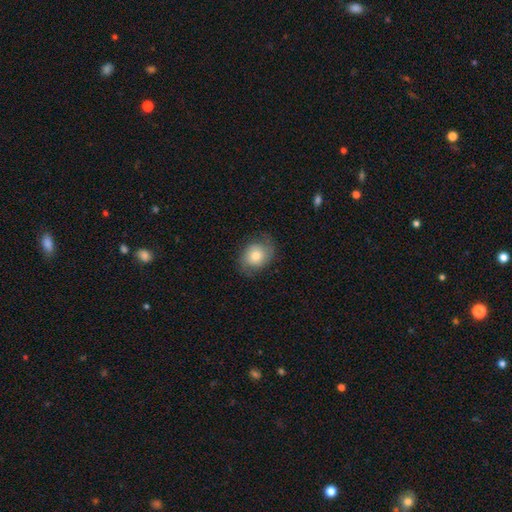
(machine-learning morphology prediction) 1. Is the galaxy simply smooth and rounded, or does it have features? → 66% smooth, 26% featured or disk, 8% star or artifact.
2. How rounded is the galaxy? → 50% round, 49% in between, 1% cigar-shaped.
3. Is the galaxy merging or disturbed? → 68% none, 22% minor disturbance, 8% major disturbance, 1% merger.